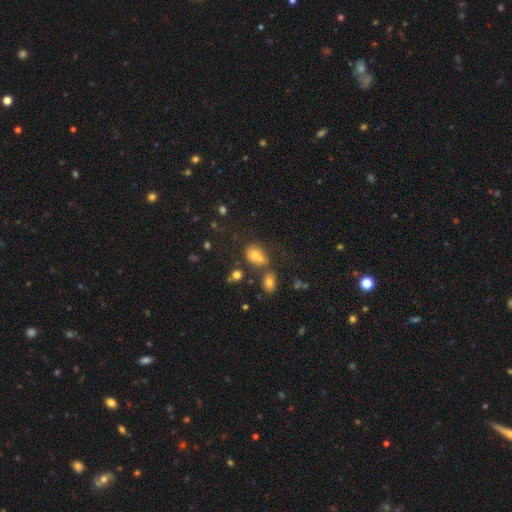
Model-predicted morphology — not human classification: Smooth or featured: smooth — 64% (star or artifact — 20%)
How rounded: in between — 62% (round — 36%)
Merging: none — 45% (merger — 32%)